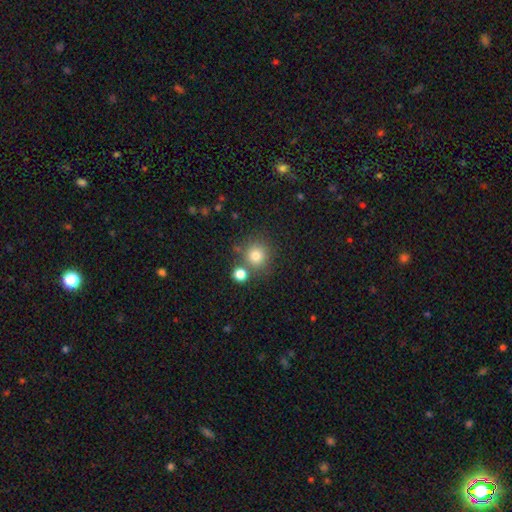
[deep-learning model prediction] This is likely a smooth galaxy (79%). How rounded: clearly round (91%). Merging: likely none (73%).